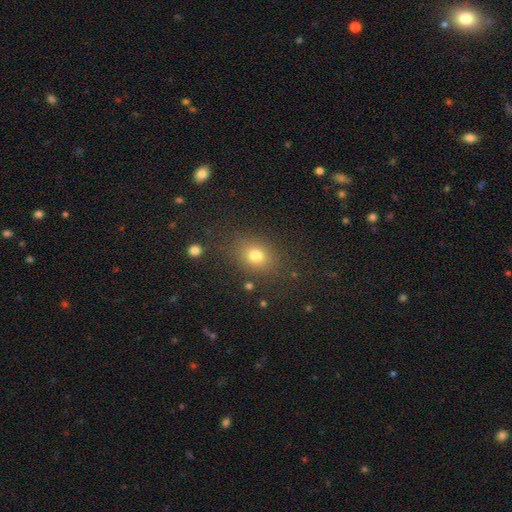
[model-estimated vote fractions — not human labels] smooth 77%, star or artifact 14%, featured or disk 9%. Down the decision tree: how rounded — in between (56%); merging — none (81%).